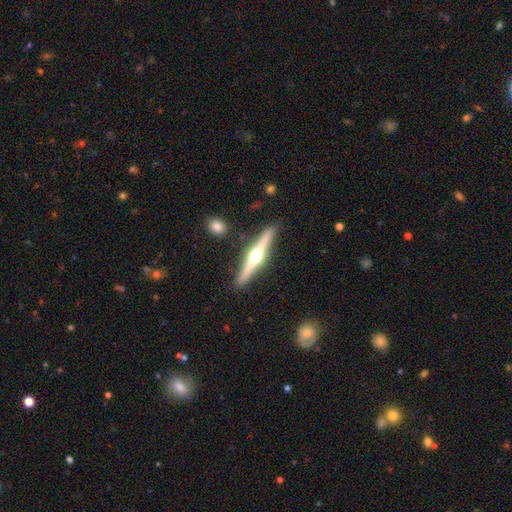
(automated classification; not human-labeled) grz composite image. It shows a featured or disk galaxy (78%) viewed edge-on (98%) with a rounded central bulge (96%). Merging: none (90%).